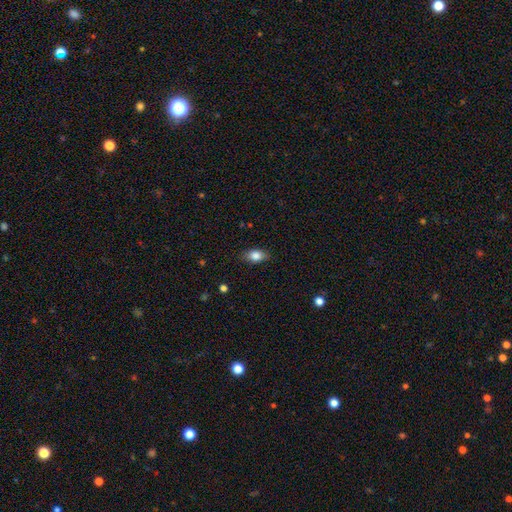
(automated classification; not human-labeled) A smooth galaxy with no disk features (83%) that is in between round and cigar-shaped (85%). Merging: none (84%).